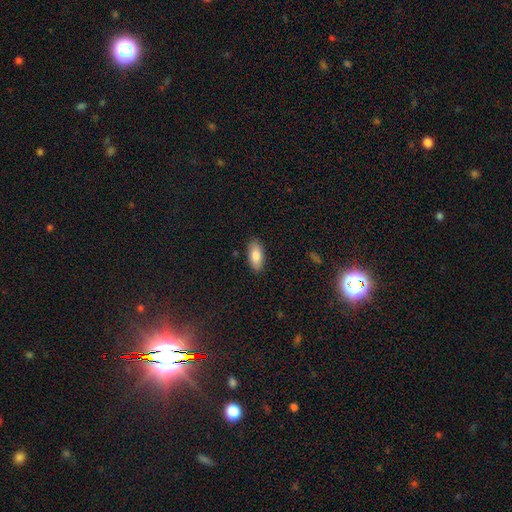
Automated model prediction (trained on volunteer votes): Smooth or featured? Predicted: smooth (p=0.82). How rounded? Predicted: in between (p=0.89). Merging? Predicted: none (p=0.88).